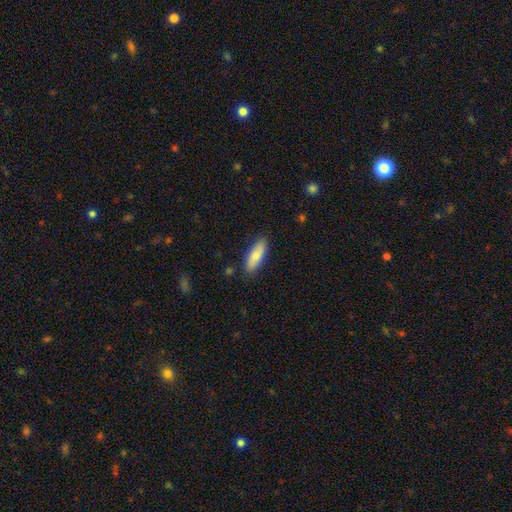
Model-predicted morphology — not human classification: smooth_or_featured: smooth (p=0.74) [alt: featured or disk p=0.20]
how_rounded: in between (p=0.66) [alt: cigar-shaped p=0.32]
merging: none (p=0.86) [alt: minor disturbance p=0.11]